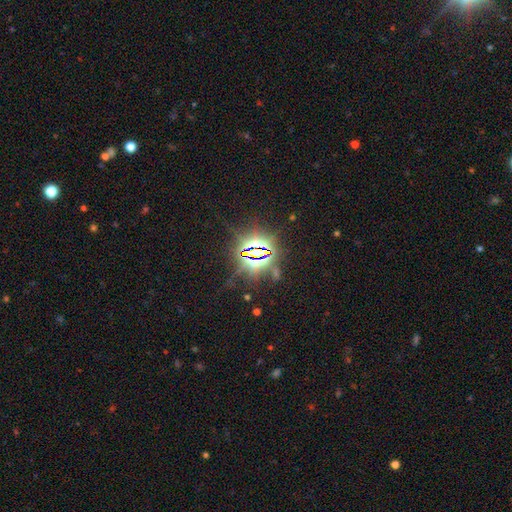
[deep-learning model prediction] star or artifact 84%, smooth 9%, featured or disk 7%.